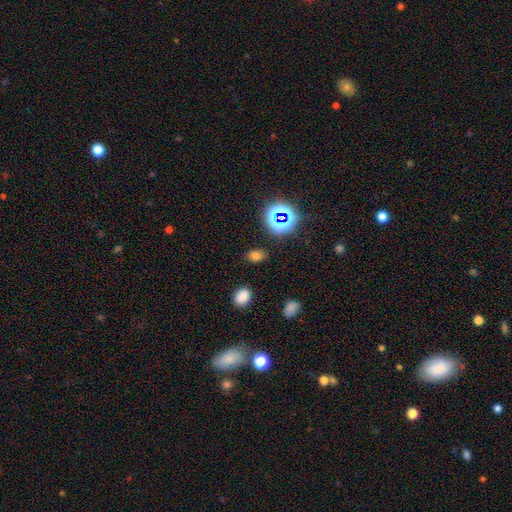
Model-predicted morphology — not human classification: This is likely a smooth galaxy (69%). How rounded: clearly in between (82%). Merging: clearly none (83%).